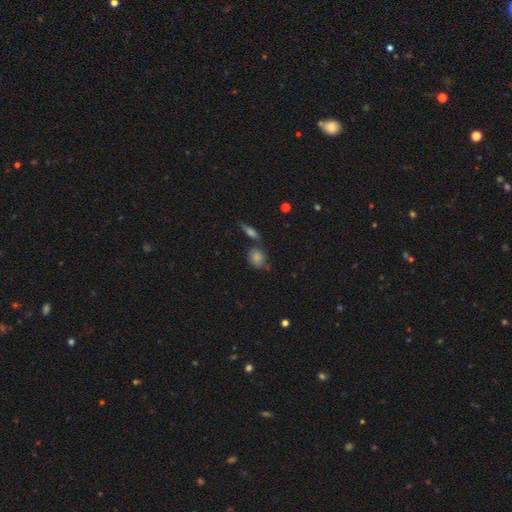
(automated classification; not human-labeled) Smooth or featured: smooth — 64% (star or artifact — 19%)
How rounded: round — 73% (in between — 23%)
Merging: none — 66% (minor disturbance — 15%)